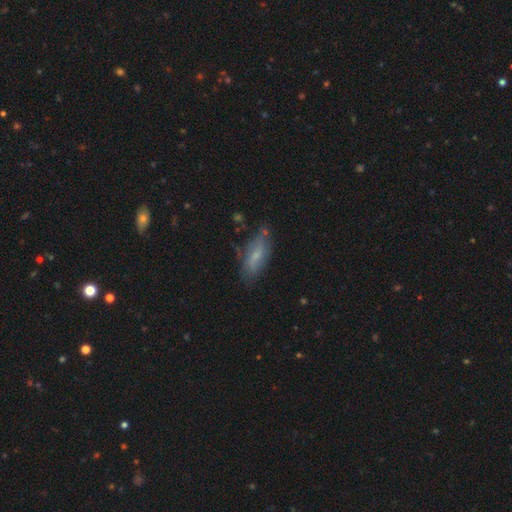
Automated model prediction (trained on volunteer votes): smooth_or_featured: smooth (p=0.58) [alt: featured or disk p=0.34]
how_rounded: in between (p=0.69) [alt: cigar-shaped p=0.29]
merging: none (p=0.63) [alt: minor disturbance p=0.25]